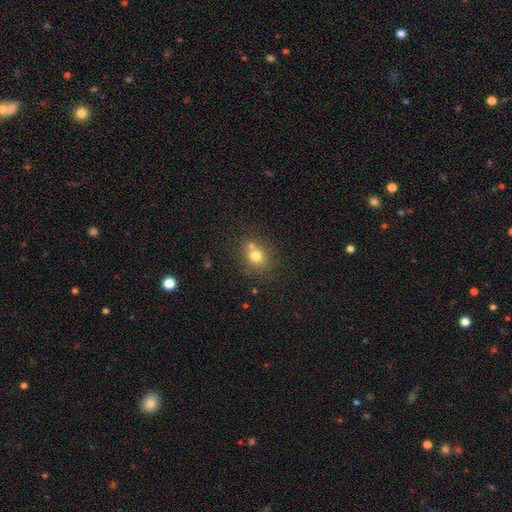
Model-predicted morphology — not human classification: Q: Smooth or featured?
A: smooth (74%); runner-up: star or artifact (13%)
Q: How rounded?
A: round (71%); runner-up: in between (28%)
Q: Merging?
A: none (56%); runner-up: merger (30%)